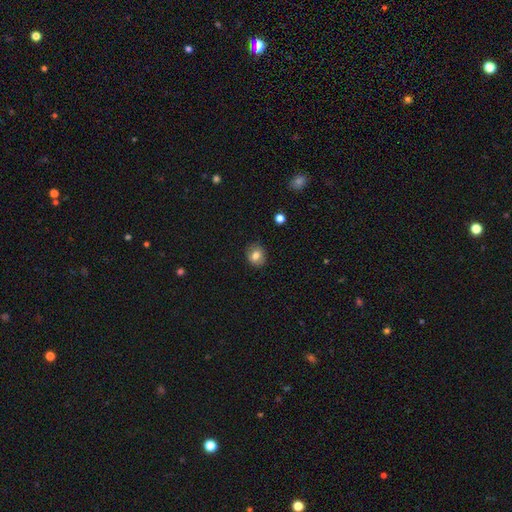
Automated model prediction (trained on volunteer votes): smooth-or-featured: smooth: 78% | featured or disk: 13% | star or artifact: 10%
  how-rounded: round: 64% | in between: 35% | cigar-shaped: 1%
  merging: none: 85% | minor disturbance: 11% | major disturbance: 3% | merger: 1%